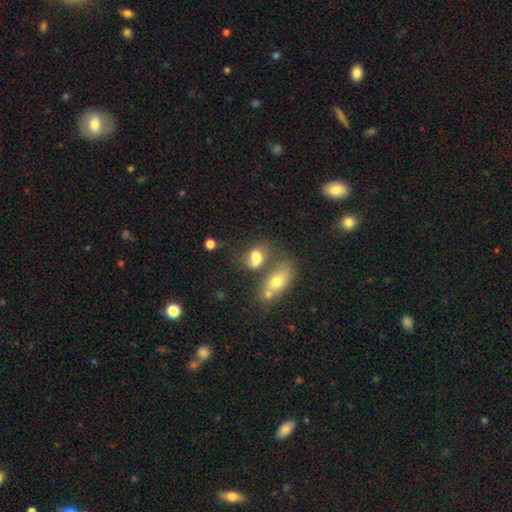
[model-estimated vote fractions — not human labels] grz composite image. It shows a smooth galaxy with no disk features (68%) that is in between round and cigar-shaped (72%). Merging: merger (40%).